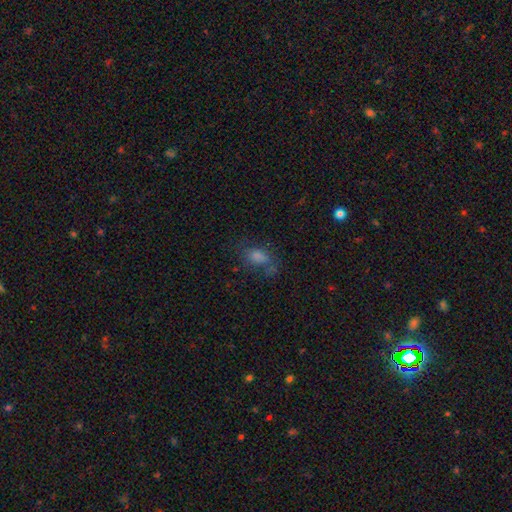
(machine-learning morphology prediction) A smooth galaxy with no disk features (40%). Merging: none (66%).